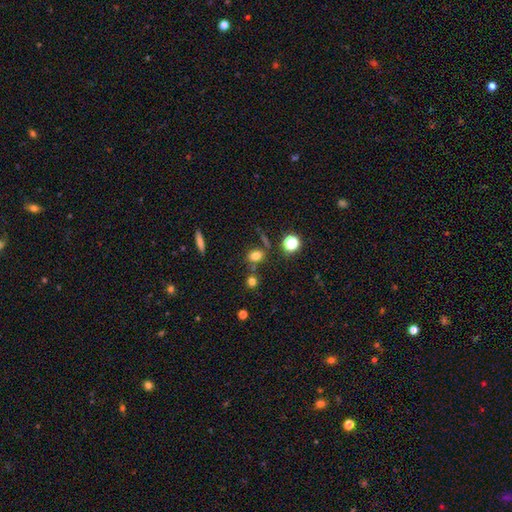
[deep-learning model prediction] Smooth or featured? Predicted: smooth (p=0.74). How rounded? Predicted: in between (p=0.57). Merging? Predicted: none (p=0.66).